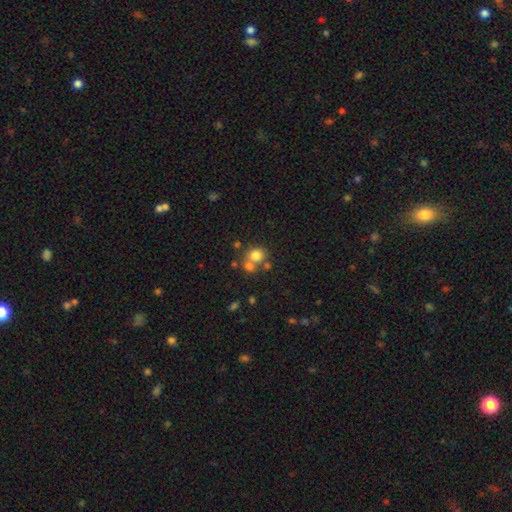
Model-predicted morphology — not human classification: smooth-or-featured: smooth: 75% | star or artifact: 13% | featured or disk: 11%
  how-rounded: round: 79% | in between: 20% | cigar-shaped: 1%
  merging: none: 51% | merger: 37% | minor disturbance: 8% | major disturbance: 4%